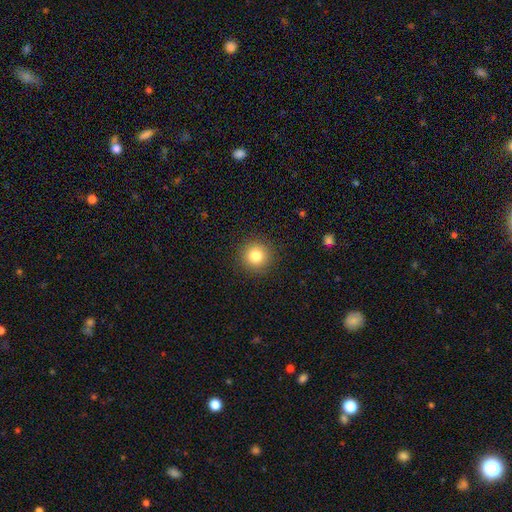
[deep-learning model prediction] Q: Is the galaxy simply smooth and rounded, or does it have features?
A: smooth — 82%.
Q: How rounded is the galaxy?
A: round — 95%.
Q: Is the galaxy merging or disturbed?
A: none — 92%.